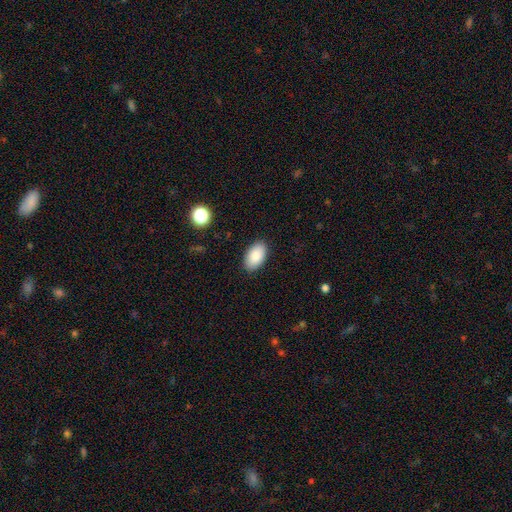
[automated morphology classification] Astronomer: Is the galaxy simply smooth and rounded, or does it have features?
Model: smooth — 87%.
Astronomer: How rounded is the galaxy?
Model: in between — 94%.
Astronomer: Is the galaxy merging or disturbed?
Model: none — 88%.